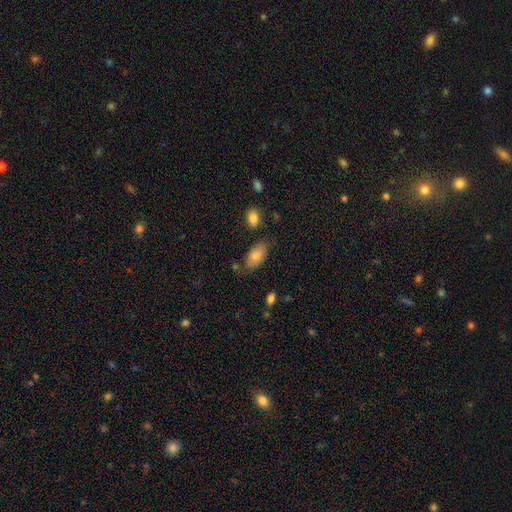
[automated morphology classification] Overall: smooth (76%). How rounded: in between (93%). Merging: none (68%).